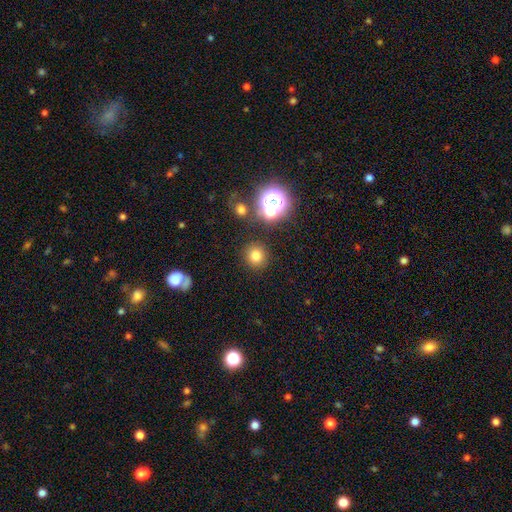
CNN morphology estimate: Q: Smooth or featured?
A: smooth (74%); runner-up: star or artifact (18%)
Q: How rounded?
A: round (92%); runner-up: in between (7%)
Q: Merging?
A: none (86%); runner-up: minor disturbance (7%)